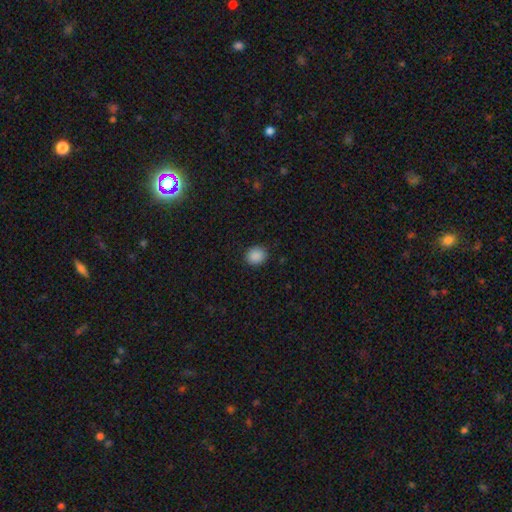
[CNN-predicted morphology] This is clearly a smooth galaxy (89%). How rounded: likely round (75%). Merging: clearly none (90%).